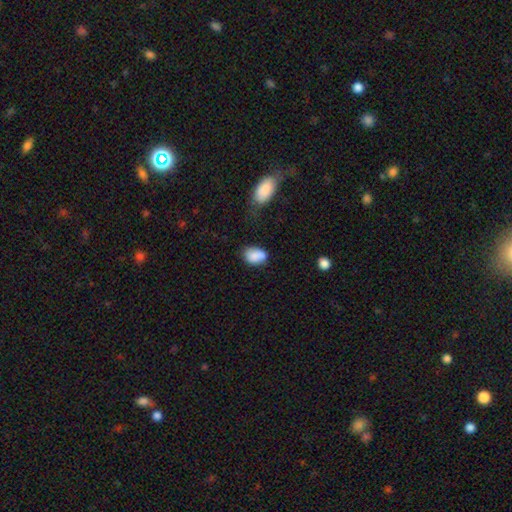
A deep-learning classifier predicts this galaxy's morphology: Overall: smooth (84%). How rounded: in between (84%). Merging: none (56%; minor disturbance 27%).